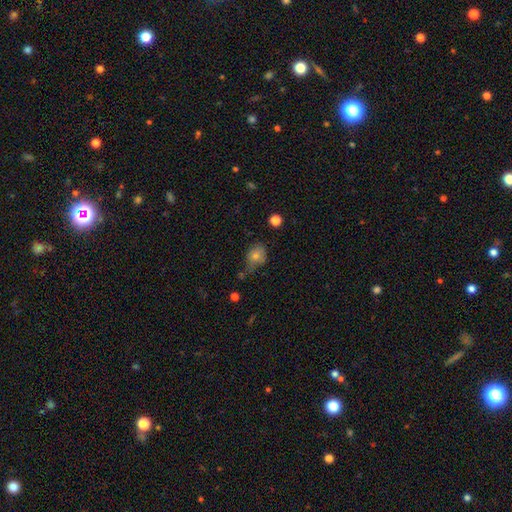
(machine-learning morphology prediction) Overall: smooth (72%). How rounded: in between (50%; round 48%). Merging: none (47%; minor disturbance 33%).